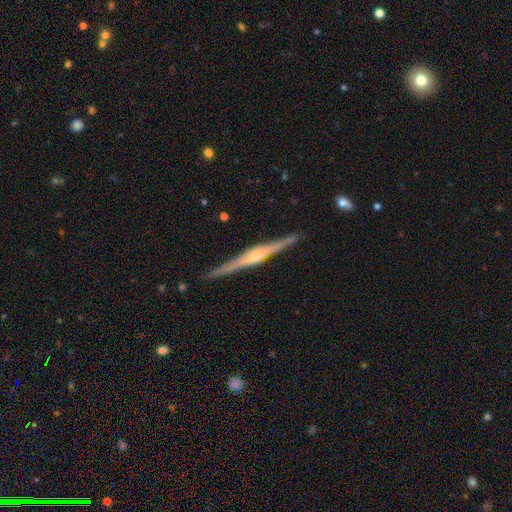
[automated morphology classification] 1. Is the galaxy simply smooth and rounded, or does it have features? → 84% featured or disk, 11% smooth, 5% star or artifact.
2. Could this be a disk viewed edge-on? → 98% yes, 2% no.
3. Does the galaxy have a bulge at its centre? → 76% rounded, 15% boxy, 9% none.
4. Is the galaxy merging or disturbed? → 91% none, 7% minor disturbance, 1% major disturbance, 1% merger.